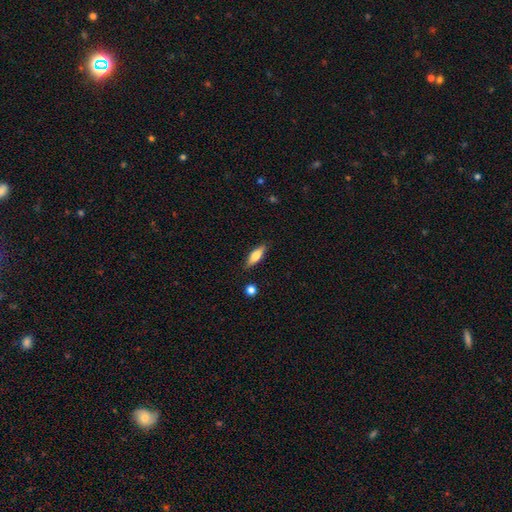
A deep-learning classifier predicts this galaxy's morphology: Smooth or featured?
  - smooth: 65% *
  - featured or disk: 28%
  - star or artifact: 7%
How rounded?
  - in between: 51% *
  - cigar-shaped: 47%
  - round: 3%
Merging?
  - none: 84% *
  - minor disturbance: 11%
  - major disturbance: 2%
  - merger: 2%